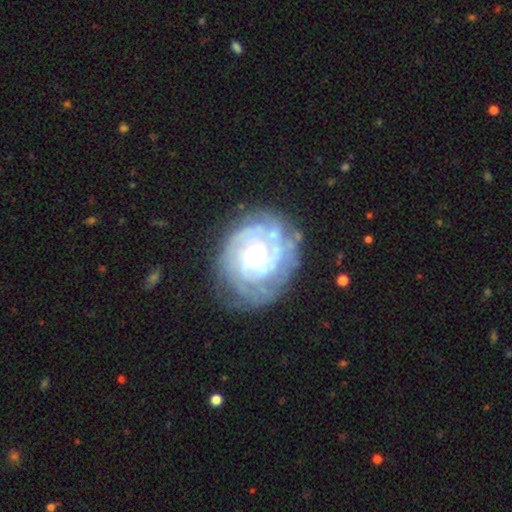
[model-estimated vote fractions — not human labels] A featured or disk galaxy (83%) with no bar (76%), tight (74%) spiral arms (89%) and a moderate central bulge (69%). Merging: none (71%).